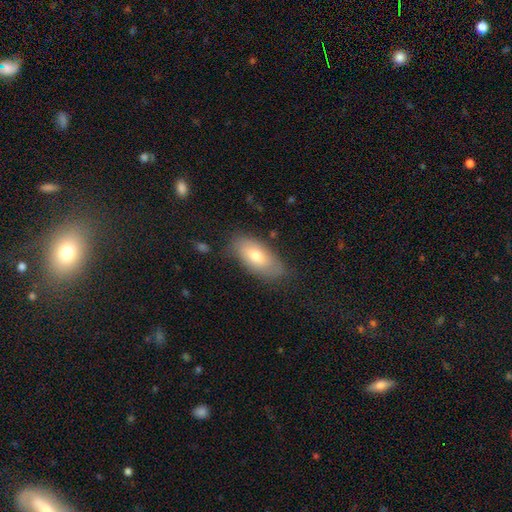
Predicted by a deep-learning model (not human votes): A smooth galaxy with no disk features (72%) that is in between round and cigar-shaped (89%).

Vote fractions:
- Smooth or featured? smooth: 72% / featured or disk: 22% / star or artifact: 7%
- How rounded? in between: 89% / cigar-shaped: 8% / round: 3%
- Merging? none: 74% / minor disturbance: 20% / major disturbance: 4% / merger: 2%